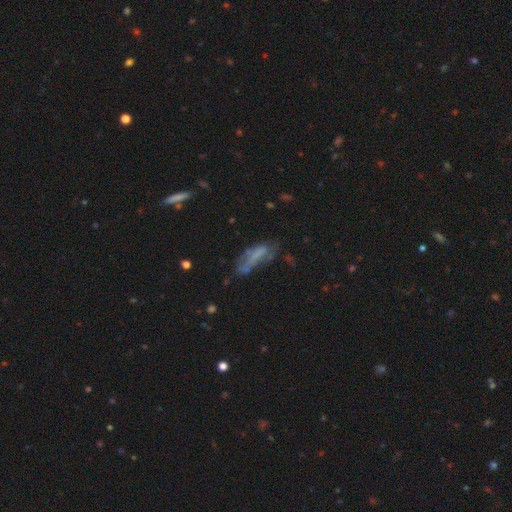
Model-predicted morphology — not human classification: A smooth galaxy with no disk features (46%). Merging: none (39%).